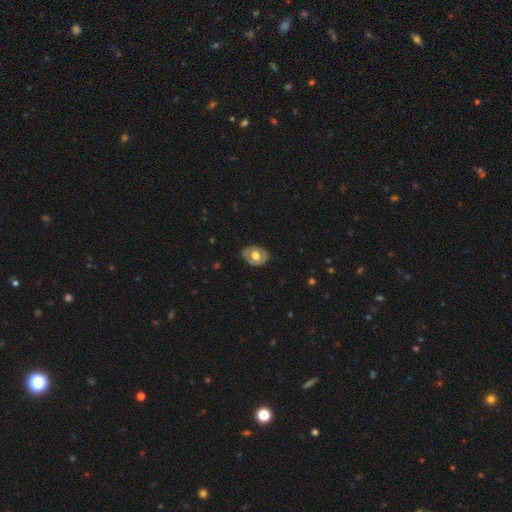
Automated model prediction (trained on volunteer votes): The model was most divided on "smooth or featured": smooth: 53%, featured or disk: 40%, star or artifact: 7%. More confident: merging — none (78%); how rounded — in between (64%).